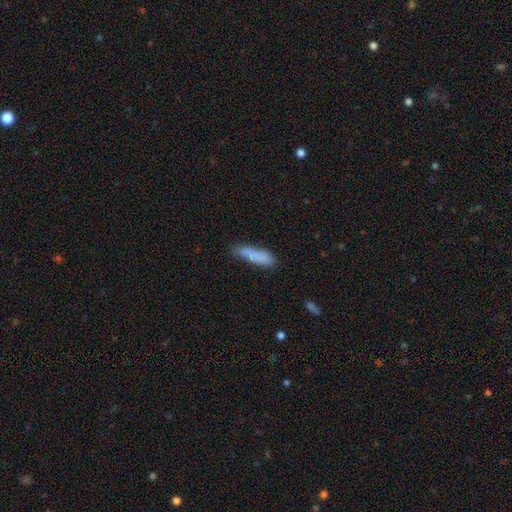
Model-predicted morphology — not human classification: smooth 80%, featured or disk 12%, star or artifact 7%. Down the decision tree: how rounded — cigar-shaped (69%); merging — none (59%).